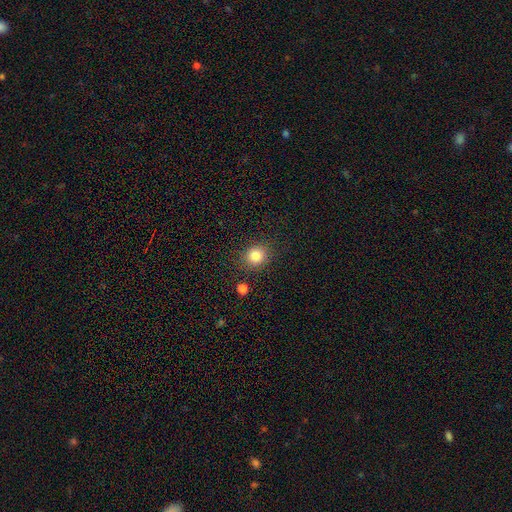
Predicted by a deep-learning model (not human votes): smooth 84%, star or artifact 11%, featured or disk 5%. Down the decision tree: how rounded — round (79%); merging — none (84%).